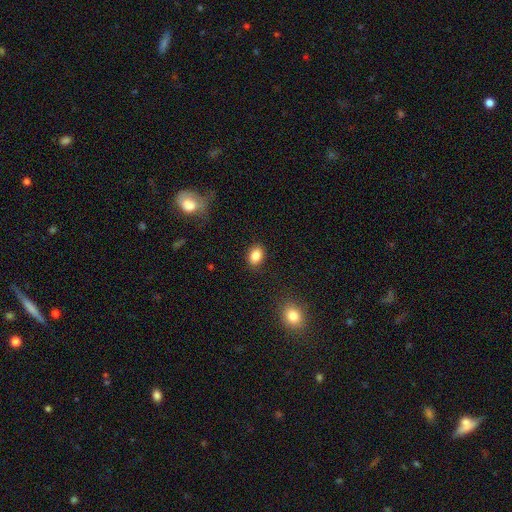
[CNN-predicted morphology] A smooth galaxy with no disk features (86%) that is in between round and cigar-shaped (76%).

Vote fractions:
- Smooth or featured? smooth: 86% / star or artifact: 9% / featured or disk: 5%
- How rounded? in between: 76% / round: 23% / cigar-shaped: 1%
- Merging? none: 87% / minor disturbance: 9% / major disturbance: 3% / merger: 1%